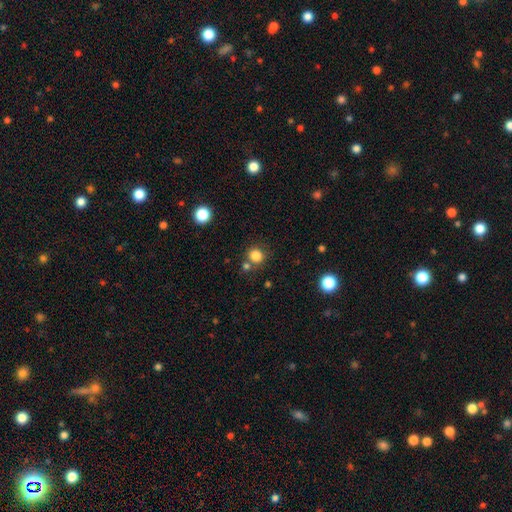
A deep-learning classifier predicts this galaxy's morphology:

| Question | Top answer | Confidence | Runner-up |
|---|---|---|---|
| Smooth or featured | smooth | 83% | star or artifact (12%) |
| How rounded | round | 88% | in between (11%) |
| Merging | none | 72% | merger (15%) |